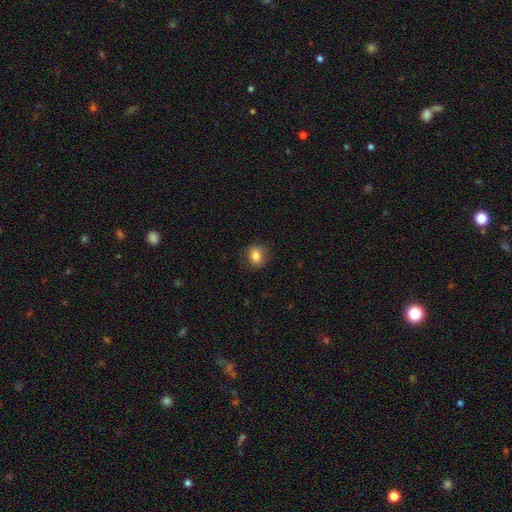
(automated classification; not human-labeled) This appears to be a smooth galaxy with no disk features (82%) that is round (64%). Merging: none (86%).